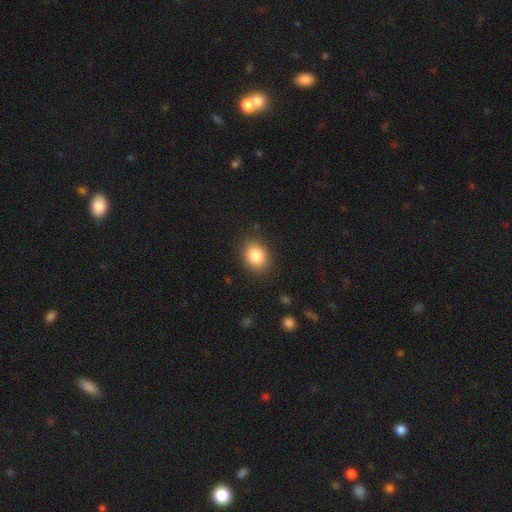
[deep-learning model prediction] smooth-or-featured: smooth: 85% | star or artifact: 9% | featured or disk: 7%
  how-rounded: in between: 59% | round: 40% | cigar-shaped: 1%
  merging: none: 86% | minor disturbance: 10% | major disturbance: 3% | merger: 1%